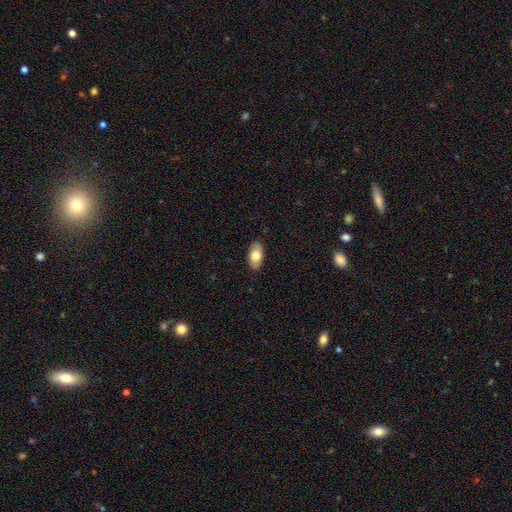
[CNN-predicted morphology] smooth_or_featured: smooth (p=0.75) [alt: featured or disk p=0.18]
how_rounded: in between (p=0.94) [alt: round p=0.03]
merging: none (p=0.88) [alt: minor disturbance p=0.09]